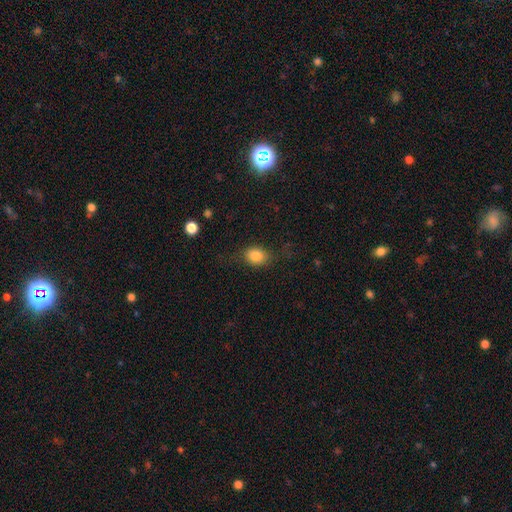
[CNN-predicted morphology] smooth-or-featured: smooth: 82% | star or artifact: 9% | featured or disk: 9%
  how-rounded: in between: 62% | round: 37% | cigar-shaped: 2%
  merging: none: 72% | minor disturbance: 18% | major disturbance: 9% | merger: 1%